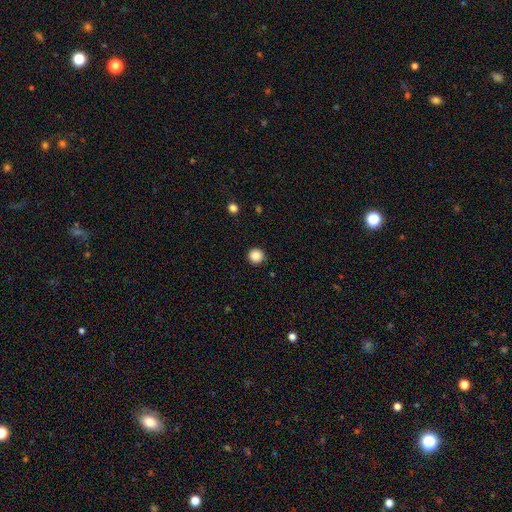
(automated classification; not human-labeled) Q: Smooth or featured?
A: smooth (87%); runner-up: star or artifact (10%)
Q: How rounded?
A: round (96%); runner-up: in between (3%)
Q: Merging?
A: none (92%); runner-up: minor disturbance (5%)